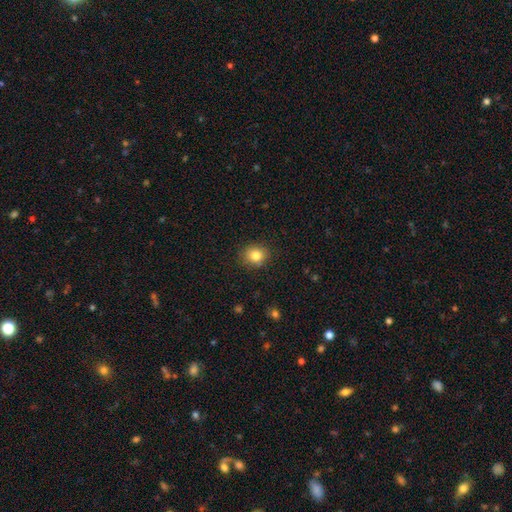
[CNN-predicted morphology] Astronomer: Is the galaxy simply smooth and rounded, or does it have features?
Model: smooth — 82%.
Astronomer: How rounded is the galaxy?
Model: round — 75%.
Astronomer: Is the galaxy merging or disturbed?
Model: none — 87%.